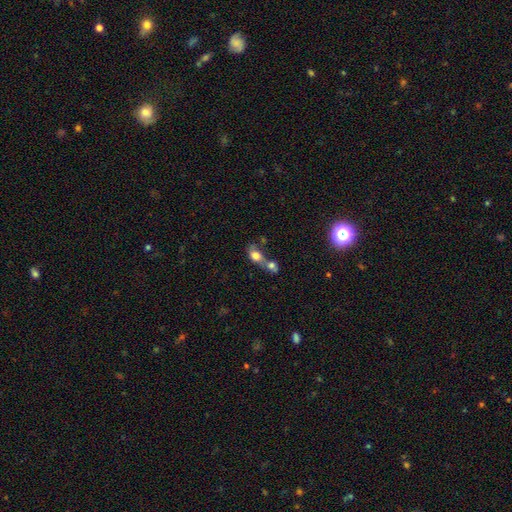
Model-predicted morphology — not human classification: smooth_or_featured: smooth (p=0.73) [alt: featured or disk p=0.17]
how_rounded: in between (p=0.60) [alt: round p=0.36]
merging: merger (p=0.72) [alt: none p=0.15]